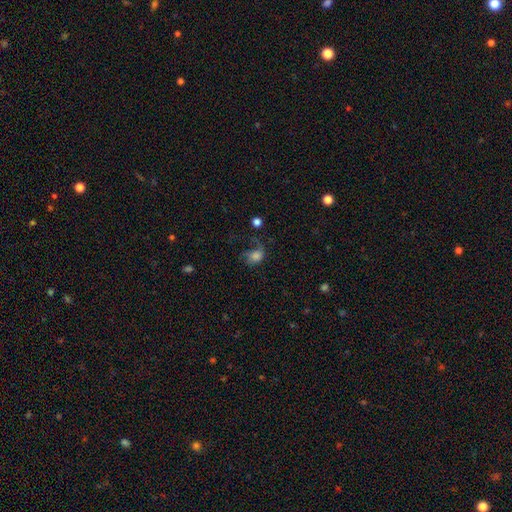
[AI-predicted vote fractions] smooth-or-featured: smooth: 62% | featured or disk: 26% | star or artifact: 11%
  how-rounded: in between: 52% | round: 46% | cigar-shaped: 1%
  merging: major disturbance: 48% | none: 27% | minor disturbance: 20% | merger: 4%